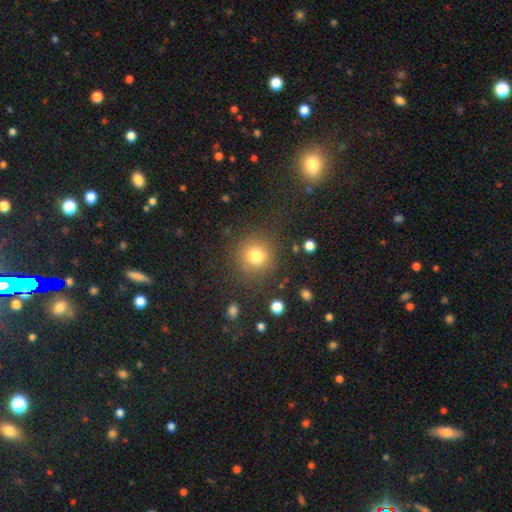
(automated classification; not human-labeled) This is likely a smooth galaxy (79%). How rounded: clearly round (91%). Merging: clearly none (82%).